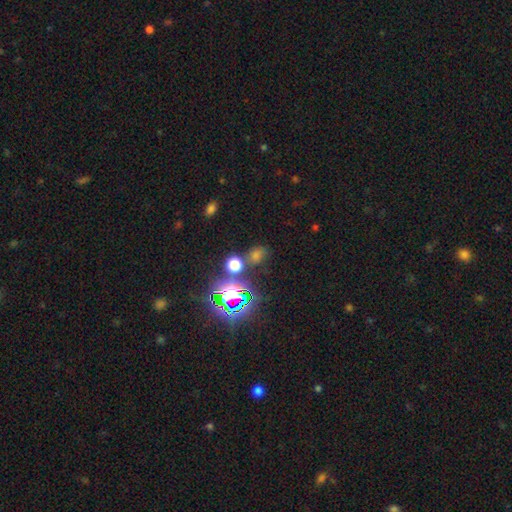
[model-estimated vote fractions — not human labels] This appears to be a star or artifact, not a galaxy (50%).